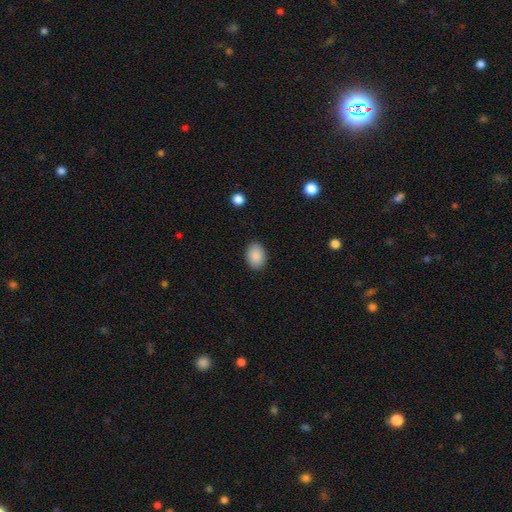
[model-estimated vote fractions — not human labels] Overall: smooth (90%). How rounded: in between (75%). Merging: none (88%).